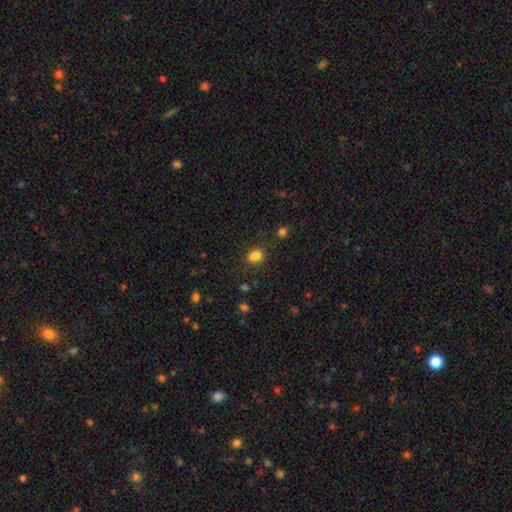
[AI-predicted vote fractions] A smooth galaxy with no disk features (75%) that is round (60%). Merging: none (47%).